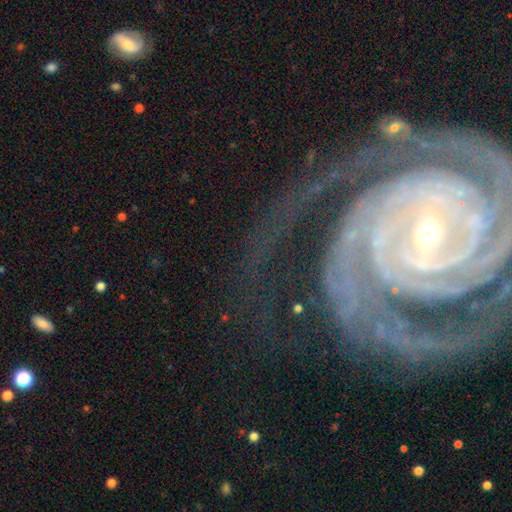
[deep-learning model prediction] A featured or disk galaxy (87%) with no bar (37%), 2 (34%) tight (71%) spiral arms (97%) and a small central bulge (68%).

Vote fractions:
- Smooth or featured? featured or disk: 87% / star or artifact: 8% / smooth: 5%
- Edge-on disk? no: 96% / yes: 4%
- Bar? no: 37% / weak: 33% / strong: 30%
- Spiral arms? yes: 97% / no: 3%
- Spiral winding? tight: 71% / medium: 22% / loose: 6%
- Spiral arm count? 2: 34% / can't tell: 21% / 3: 17% / 4: 11% / more than 4: 9% / 1: 9%
- Bulge size? small: 68% / moderate: 26% / large: 3% / none: 2% / dominant: 1%
- Merging? none: 62% / major disturbance: 18% / minor disturbance: 16% / merger: 3%